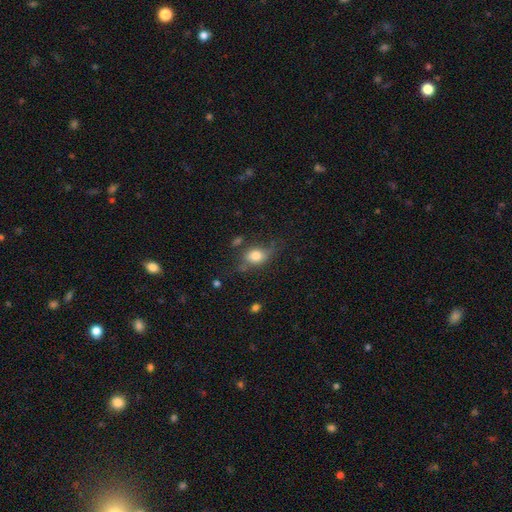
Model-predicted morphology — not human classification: Smooth or featured: smooth — 72% (featured or disk — 18%)
How rounded: in between — 68% (round — 28%)
Merging: none — 53% (minor disturbance — 29%)